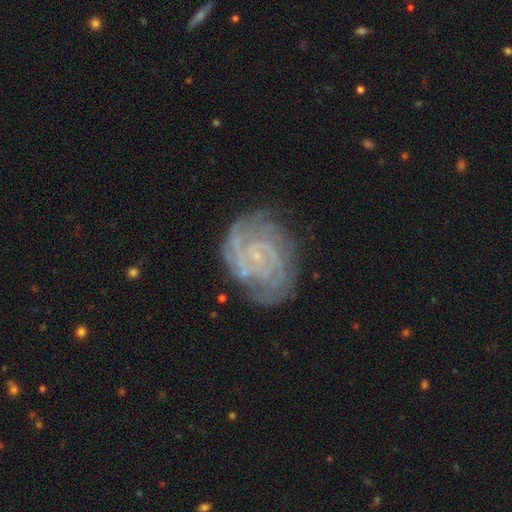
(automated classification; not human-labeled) Smooth or featured? featured or disk (83%)
Edge-on disk? no (98%)
Bar? no (59%)
Spiral arms? yes (96%)
Spiral winding? tight (67%)
Spiral arm count? 2 (27%, tied with can't tell)
Bulge size? small (80%)
Merging? none (75%)